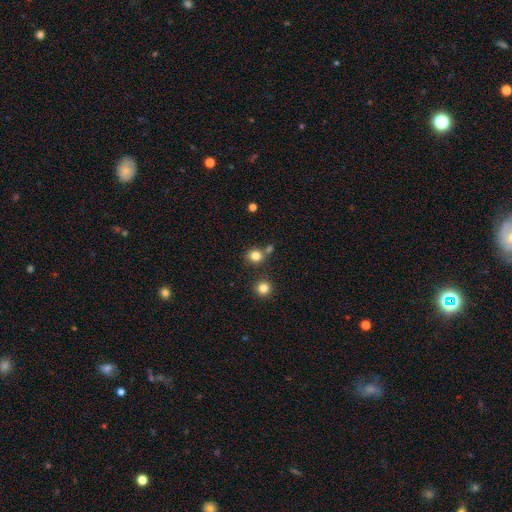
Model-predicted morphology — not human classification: A smooth galaxy with no disk features (81%) that is round (82%).

Vote fractions:
- Smooth or featured? smooth: 81% / star or artifact: 13% / featured or disk: 6%
- How rounded? round: 82% / in between: 17% / cigar-shaped: 1%
- Merging? none: 72% / merger: 15% / minor disturbance: 10% / major disturbance: 3%